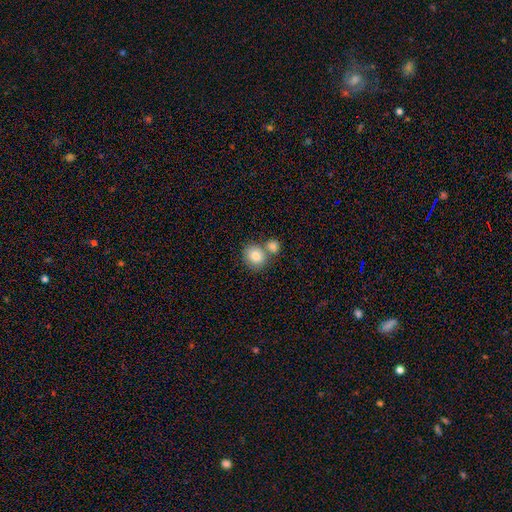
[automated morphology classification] Overall: smooth (82%). How rounded: round (77%). Merging: none (53%; merger 36%).